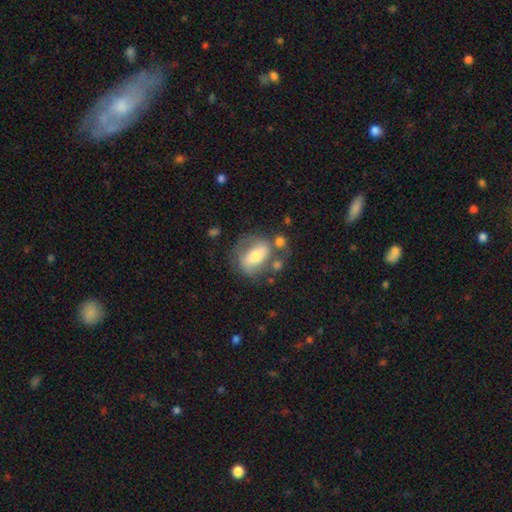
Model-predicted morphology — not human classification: Smooth or featured: smooth — 47% (featured or disk — 46%)
Merging: none — 50% (minor disturbance — 20%)